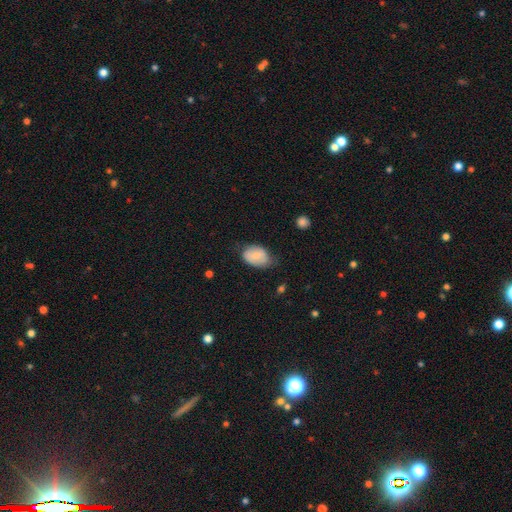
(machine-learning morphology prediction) smooth 76%, featured or disk 17%, star or artifact 7%. Down the decision tree: how rounded — in between (84%); merging — none (53%).